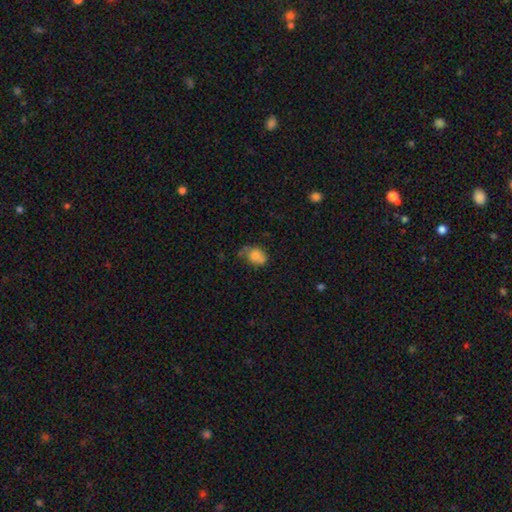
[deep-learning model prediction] The model was most divided on "how rounded": in between: 58%, round: 41%, cigar-shaped: 1%. Remaining: smooth or featured — smooth (73%); merging — none (48%).